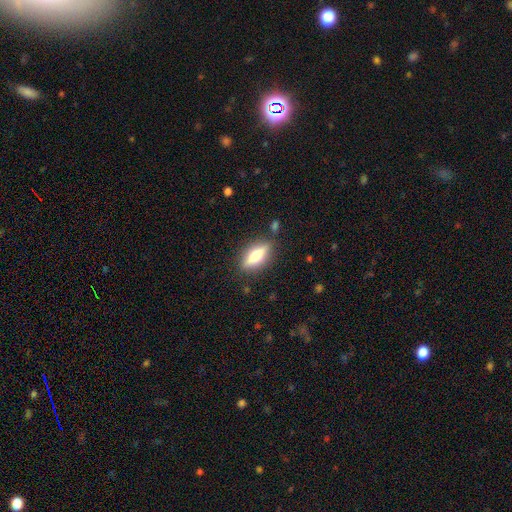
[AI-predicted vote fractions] Smooth or featured?
  - smooth: 52% *
  - featured or disk: 41%
  - star or artifact: 7%
How rounded?
  - in between: 53% *
  - cigar-shaped: 44%
  - round: 3%
Merging?
  - none: 84% *
  - minor disturbance: 10%
  - major disturbance: 3%
  - merger: 2%